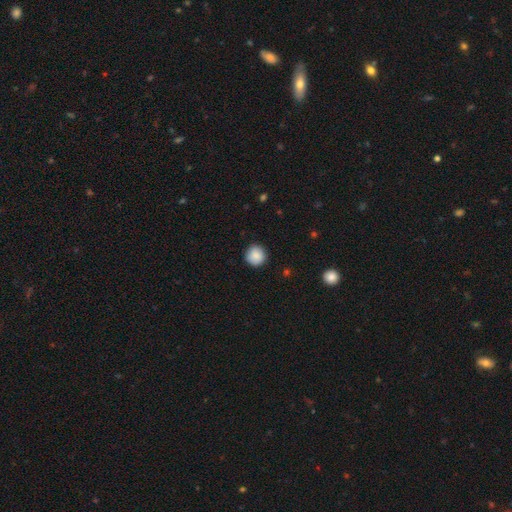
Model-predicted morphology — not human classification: Overall: smooth (88%). How rounded: round (94%). Merging: none (89%).